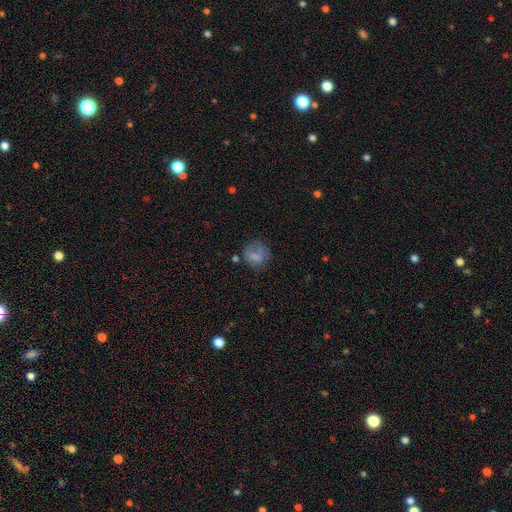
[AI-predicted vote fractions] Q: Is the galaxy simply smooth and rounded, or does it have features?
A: smooth — 68%.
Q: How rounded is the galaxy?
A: round — 73%.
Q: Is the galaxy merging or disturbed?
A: none — 54%.